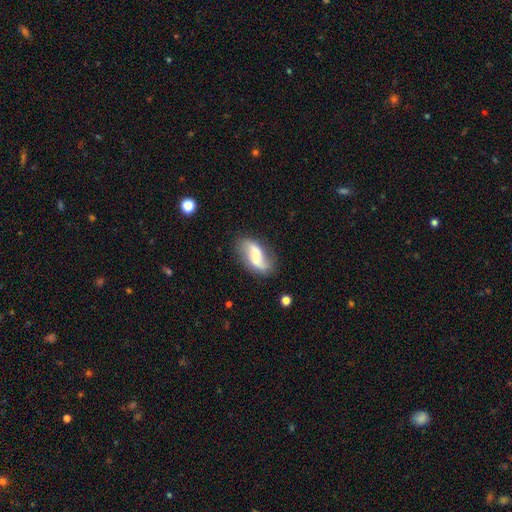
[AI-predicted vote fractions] Smooth or featured: featured or disk — 67% (smooth — 26%)
Edge-on disk: no — 96% (yes — 4%)
Bar: weak — 42% (no — 36%)
Spiral arms: yes — 92% (no — 8%)
Spiral winding: loose — 73% (medium — 20%)
Spiral arm count: 2 — 87% (1 — 6%)
Bulge size: none — 33% (small — 32%)
Merging: none — 71% (minor disturbance — 19%)